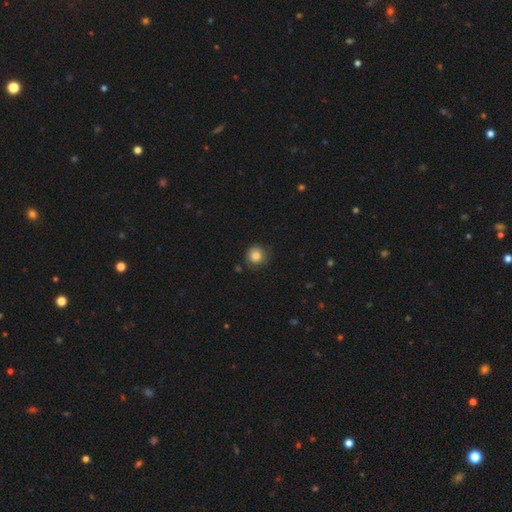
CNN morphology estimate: smooth 83%, star or artifact 9%, featured or disk 8%. Down the decision tree: how rounded — round (91%); merging — none (79%).